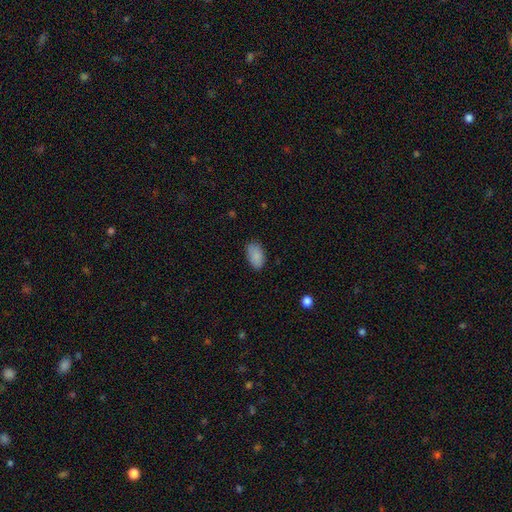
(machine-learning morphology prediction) smooth-or-featured: smooth: 87% | star or artifact: 8% | featured or disk: 5%
  how-rounded: in between: 92% | round: 7% | cigar-shaped: 1%
  merging: none: 76% | minor disturbance: 19% | major disturbance: 4% | merger: 1%